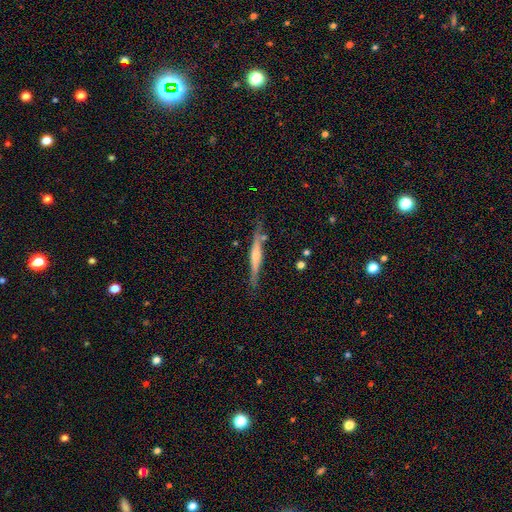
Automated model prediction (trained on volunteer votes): The model was most divided on "smooth or featured": featured or disk: 59%, smooth: 35%, star or artifact: 6%. More confident: edge-on disk — yes (96%); merging — none (77%); edge-on bulge — rounded (63%).